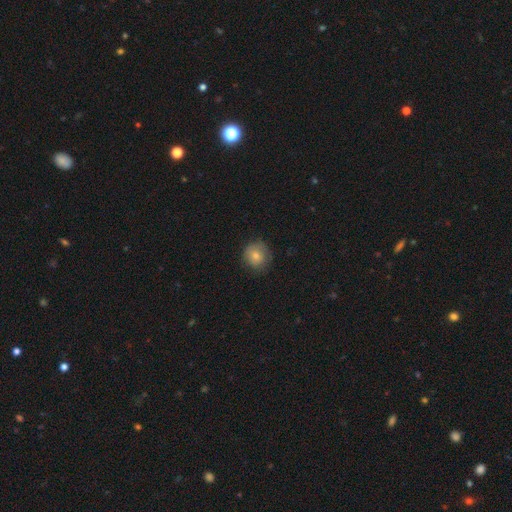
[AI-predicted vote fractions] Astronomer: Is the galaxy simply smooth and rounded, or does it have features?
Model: smooth — 75%.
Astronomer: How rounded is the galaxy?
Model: round — 88%.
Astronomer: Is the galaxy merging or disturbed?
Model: none — 76%.